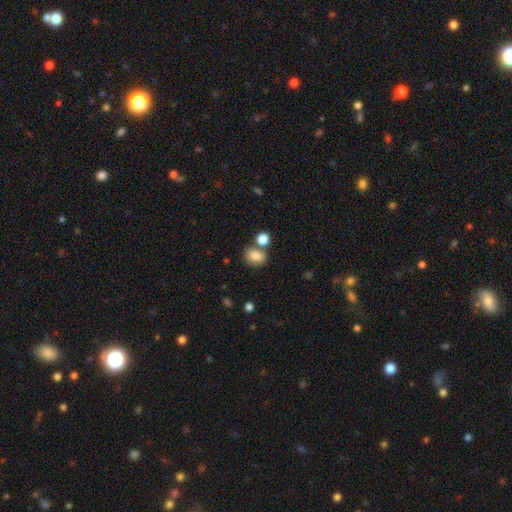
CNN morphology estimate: type=smooth (83%); roundness=in between (64%); merging=none (63%).